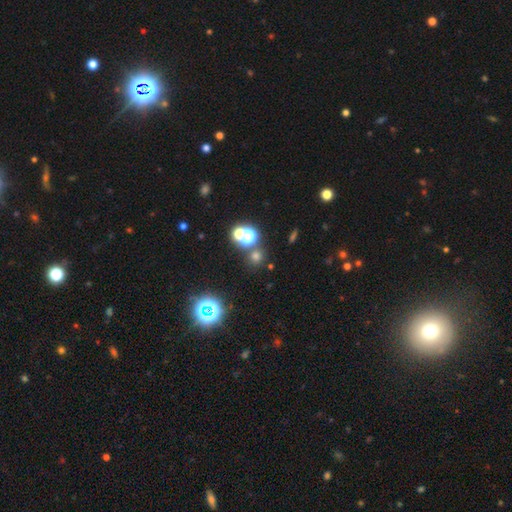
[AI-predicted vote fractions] smooth-or-featured: smooth: 58% | star or artifact: 34% | featured or disk: 9%
  how-rounded: round: 86% | in between: 13% | cigar-shaped: 1%
  merging: none: 70% | merger: 18% | minor disturbance: 8% | major disturbance: 4%